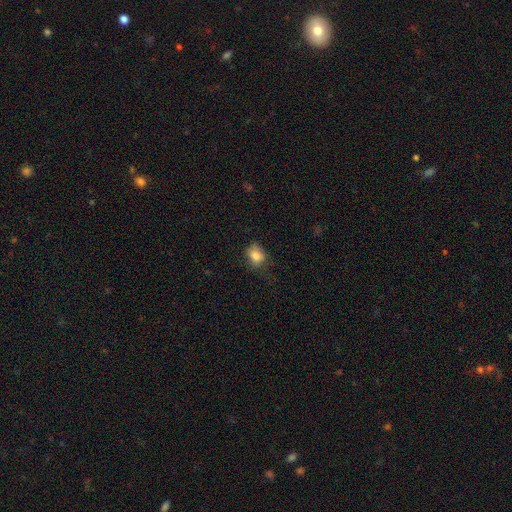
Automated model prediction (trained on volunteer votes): This is clearly a smooth galaxy (84%). How rounded: possibly in between (54%). Merging: likely none (61%).